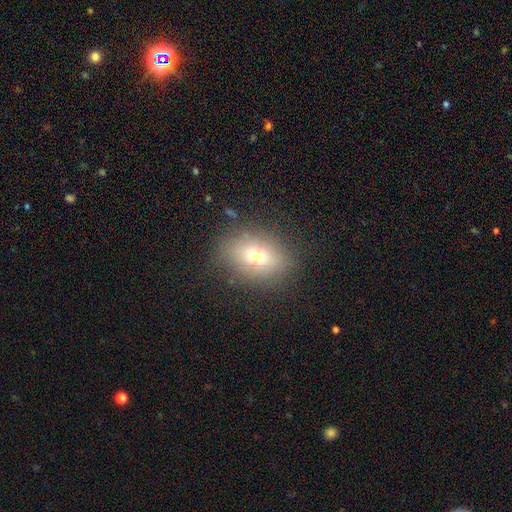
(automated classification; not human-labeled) smooth_or_featured: smooth (p=0.64) [alt: featured or disk p=0.21]
how_rounded: in between (p=0.66) [alt: round p=0.32]
merging: none (p=0.74) [alt: minor disturbance p=0.15]